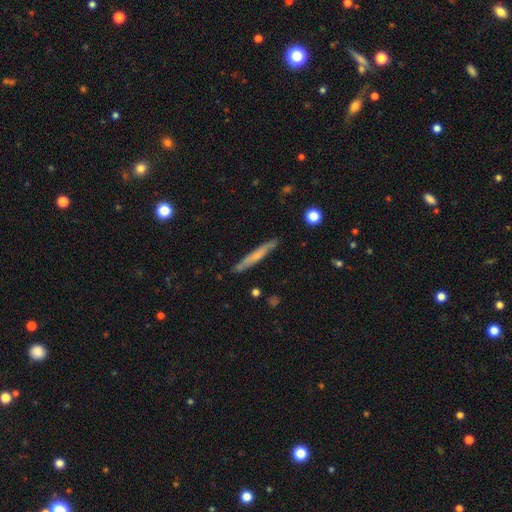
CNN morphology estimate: A smooth galaxy with no disk features (55%) that is cigar-shaped (95%). Merging: none (87%).